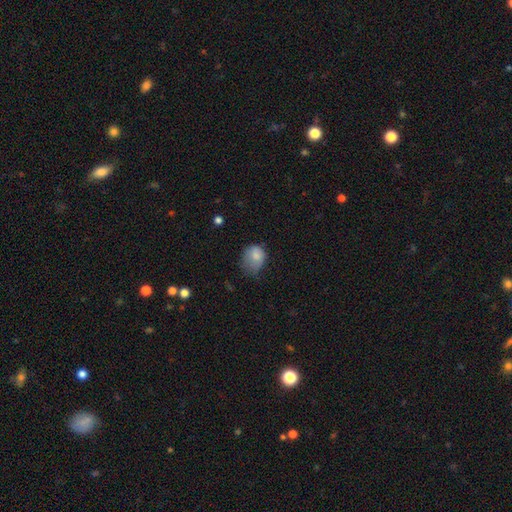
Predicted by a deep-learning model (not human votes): smooth 80%, featured or disk 11%, star or artifact 9%. Down the decision tree: how rounded — round (52%); merging — minor disturbance (43%).